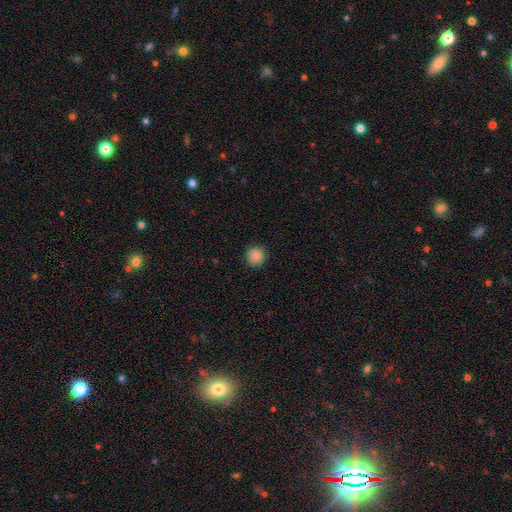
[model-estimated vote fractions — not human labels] This is clearly a smooth galaxy (87%). How rounded: clearly round (93%). Merging: clearly none (90%).